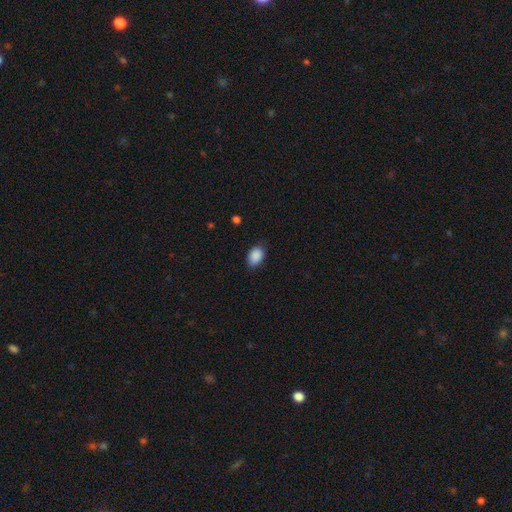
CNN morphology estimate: Smooth or featured? smooth (89%)
How rounded? in between (85%)
Merging? none (80%)